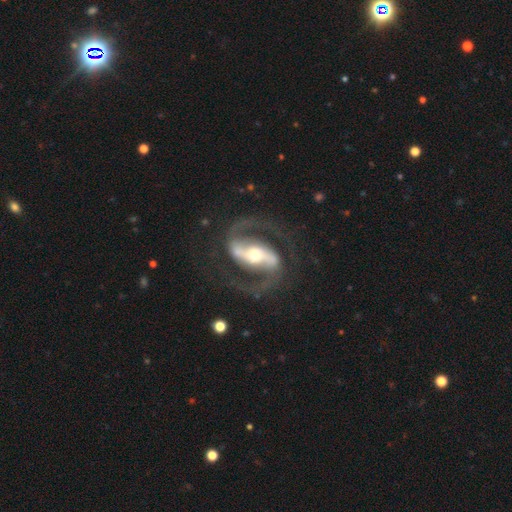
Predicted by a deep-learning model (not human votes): A featured or disk galaxy (92%) with a strong bar (66%), 2 (94%) medium (61%) spiral arms (97%) and a moderate central bulge (64%).

Vote fractions:
- Smooth or featured? featured or disk: 92% / smooth: 4% / star or artifact: 4%
- Edge-on disk? no: 97% / yes: 3%
- Bar? strong: 66% / weak: 22% / no: 12%
- Spiral arms? yes: 97% / no: 3%
- Spiral winding? medium: 61% / loose: 24% / tight: 15%
- Spiral arm count? 2: 94% / can't tell: 2% / 1: 1% / 3: 1% / 4: 1% / more than 4: 1%
- Bulge size? moderate: 64% / small: 24% / large: 10% / dominant: 1% / none: 1%
- Merging? none: 79% / minor disturbance: 10% / major disturbance: 9% / merger: 1%